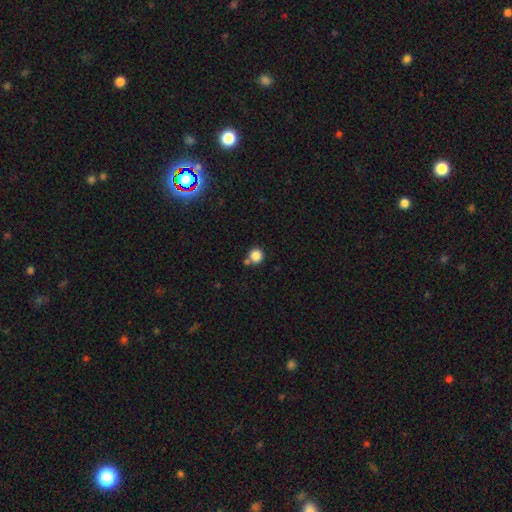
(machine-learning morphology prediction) Smooth or featured? smooth (84%)
How rounded? round (93%)
Merging? none (71%)